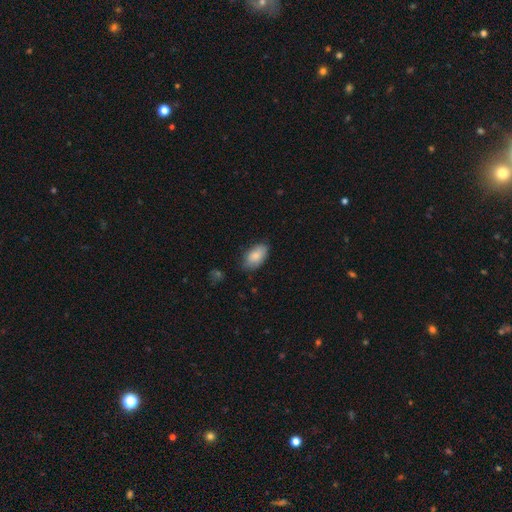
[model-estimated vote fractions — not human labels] smooth_or_featured: smooth (p=0.83) [alt: featured or disk p=0.10]
how_rounded: in between (p=0.93) [alt: round p=0.05]
merging: none (p=0.74) [alt: minor disturbance p=0.22]